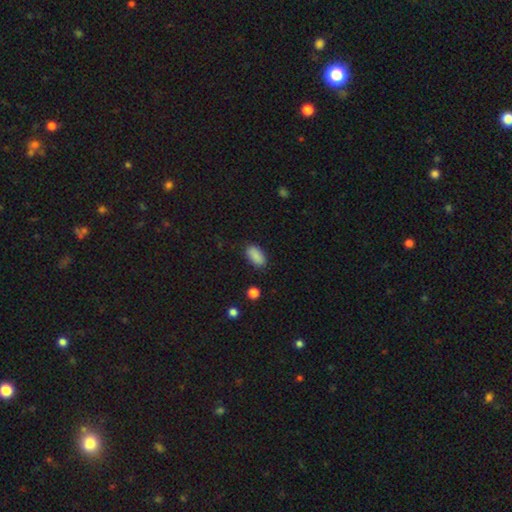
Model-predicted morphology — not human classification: Smooth or featured? smooth (89%)
How rounded? in between (93%)
Merging? none (86%)